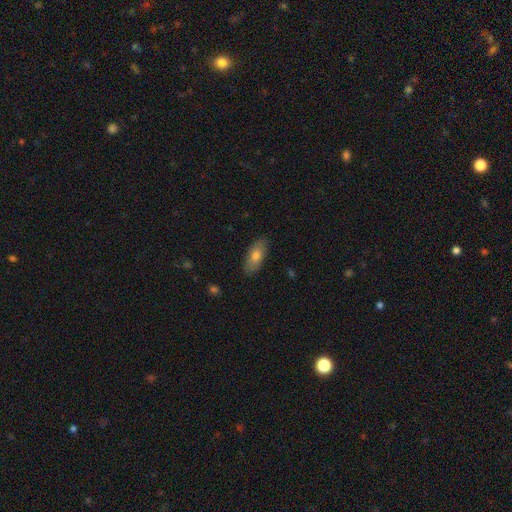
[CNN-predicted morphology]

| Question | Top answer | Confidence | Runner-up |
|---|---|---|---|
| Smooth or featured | smooth | 72% | featured or disk (21%) |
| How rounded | in between | 85% | cigar-shaped (12%) |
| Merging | none | 87% | minor disturbance (10%) |